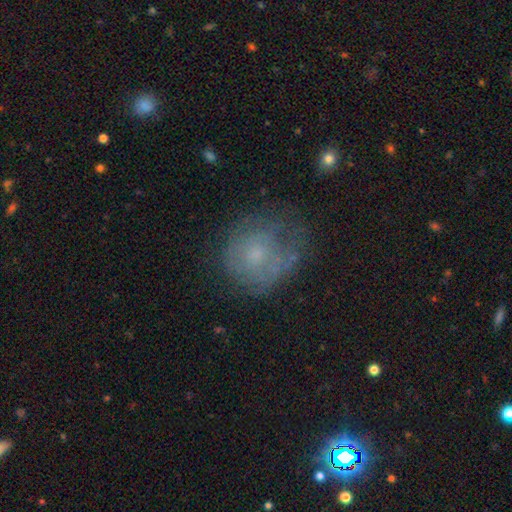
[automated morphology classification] Smooth or featured? smooth (45%)
Merging? none (54%)